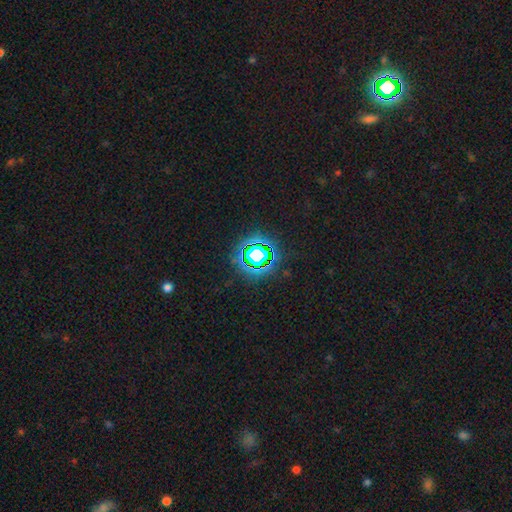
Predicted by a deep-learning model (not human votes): Smooth or featured? star or artifact (70%)